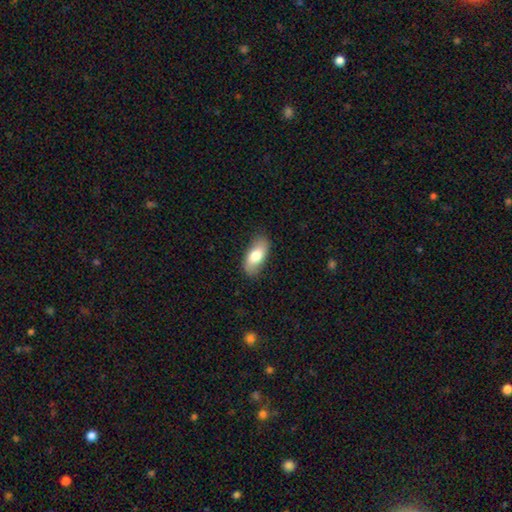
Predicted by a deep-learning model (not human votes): A smooth galaxy with no disk features (74%) that is in between round and cigar-shaped (87%). Merging: none (84%).